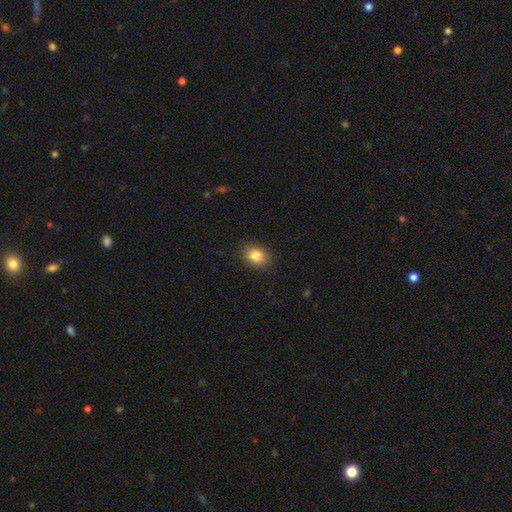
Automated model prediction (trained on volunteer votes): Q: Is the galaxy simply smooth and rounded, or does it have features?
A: smooth — 85%.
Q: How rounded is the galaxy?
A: in between — 56%.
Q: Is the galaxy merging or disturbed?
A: none — 84%.